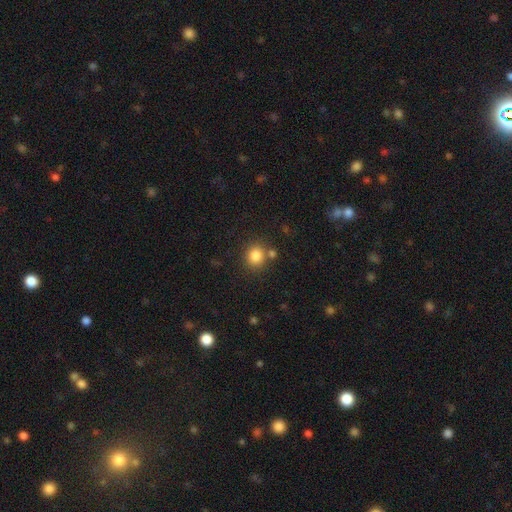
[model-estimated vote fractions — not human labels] Q: Smooth or featured?
A: smooth (84%); runner-up: star or artifact (11%)
Q: How rounded?
A: round (82%); runner-up: in between (17%)
Q: Merging?
A: none (75%); runner-up: merger (12%)